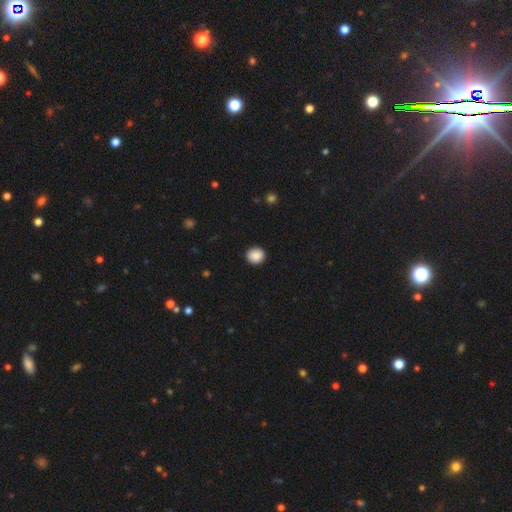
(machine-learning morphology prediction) type=smooth (88%); roundness=round (84%); merging=none (90%).